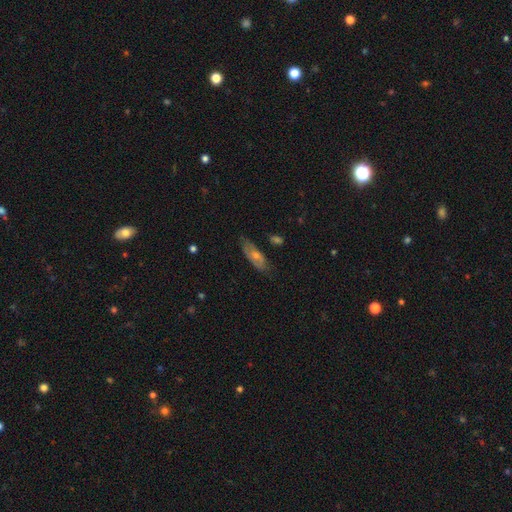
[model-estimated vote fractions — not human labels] Smooth or featured? Predicted: featured or disk (p=0.50). Merging? Predicted: none (p=0.77).